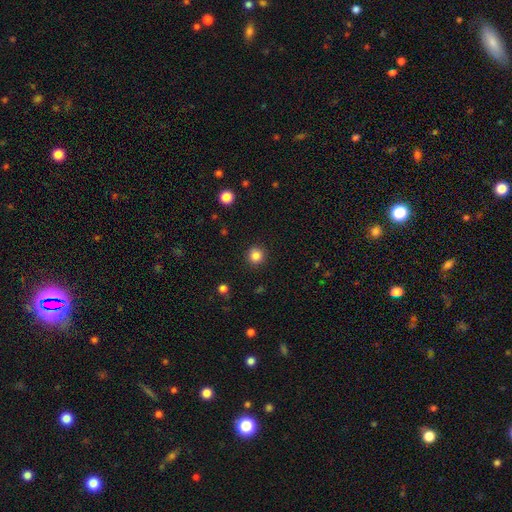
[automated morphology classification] This is clearly a smooth galaxy (85%). How rounded: clearly round (94%). Merging: clearly none (91%).